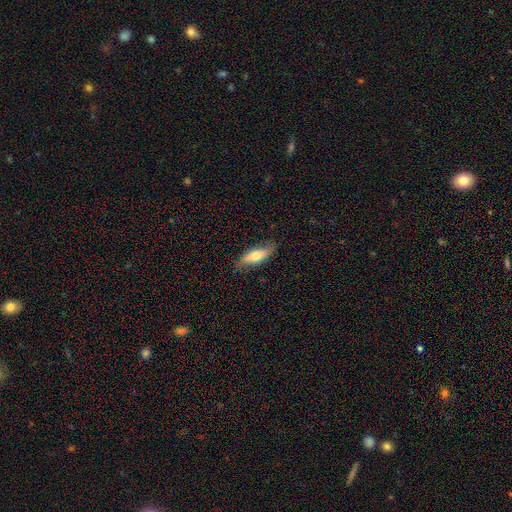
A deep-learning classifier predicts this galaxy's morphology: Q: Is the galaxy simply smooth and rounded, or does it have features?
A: smooth — 66%.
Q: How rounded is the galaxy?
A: in between — 65%.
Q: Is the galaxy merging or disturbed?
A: none — 75%.